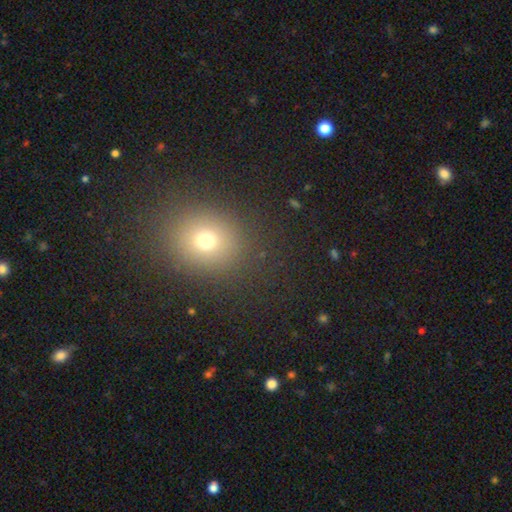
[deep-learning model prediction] smooth 65%, star or artifact 27%, featured or disk 8%. Down the decision tree: how rounded — round (64%); merging — none (90%).